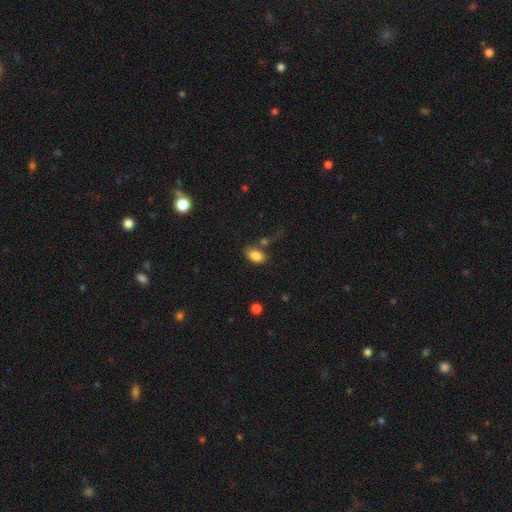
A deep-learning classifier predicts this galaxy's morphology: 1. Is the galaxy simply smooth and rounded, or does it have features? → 85% smooth, 8% star or artifact, 7% featured or disk.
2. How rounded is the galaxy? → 87% in between, 11% round, 1% cigar-shaped.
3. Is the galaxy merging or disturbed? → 64% none, 16% minor disturbance, 13% merger, 6% major disturbance.